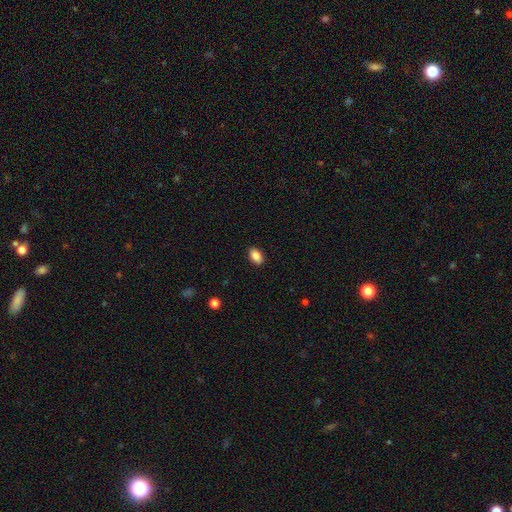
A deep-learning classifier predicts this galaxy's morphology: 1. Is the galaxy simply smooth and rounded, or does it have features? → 87% smooth, 8% star or artifact, 5% featured or disk.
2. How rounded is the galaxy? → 90% in between, 8% round, 2% cigar-shaped.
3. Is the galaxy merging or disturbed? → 89% none, 8% minor disturbance, 2% major disturbance, 1% merger.